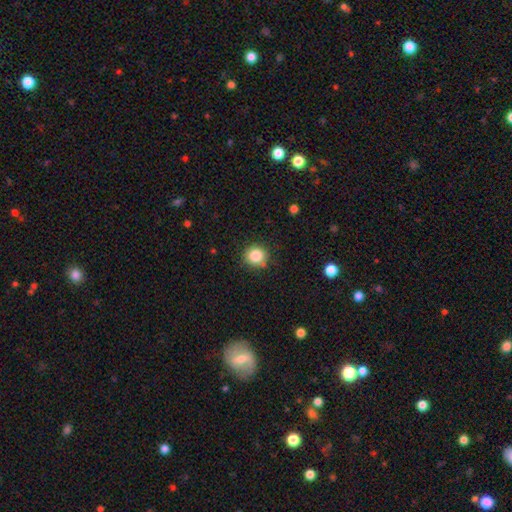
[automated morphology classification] This is clearly a smooth galaxy (84%). How rounded: clearly round (90%). Merging: clearly none (84%).